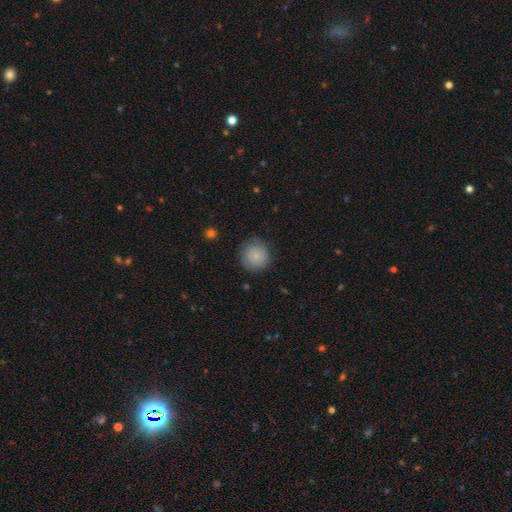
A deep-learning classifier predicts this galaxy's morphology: smooth 81%, featured or disk 11%, star or artifact 8%. Down the decision tree: how rounded — round (92%); merging — none (79%).